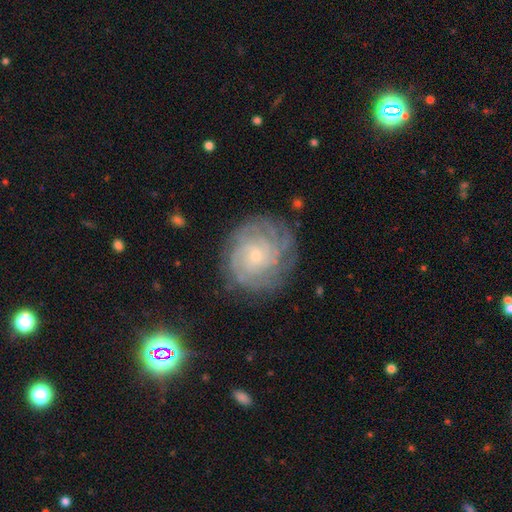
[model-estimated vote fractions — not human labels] This appears to be a featured or disk galaxy (82%) with no bar (79%), tight (79%) spiral arms (96%) and a small central bulge (80%). Merging: none (79%).